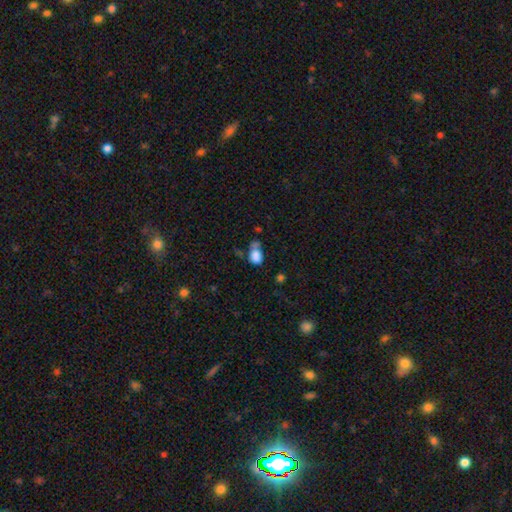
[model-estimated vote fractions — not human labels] smooth-or-featured: smooth: 80% | star or artifact: 11% | featured or disk: 9%
  how-rounded: in between: 69% | round: 30% | cigar-shaped: 2%
  merging: none: 31% | merger: 28% | minor disturbance: 23% | major disturbance: 18%